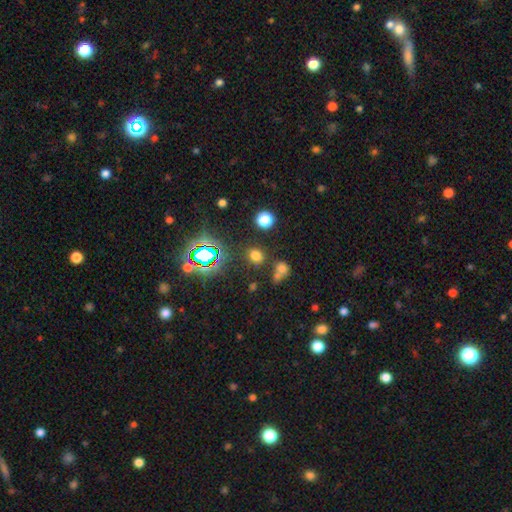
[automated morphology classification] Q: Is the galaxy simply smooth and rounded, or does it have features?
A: smooth — 65%.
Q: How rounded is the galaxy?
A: round — 66%.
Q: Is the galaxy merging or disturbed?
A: none — 74%.